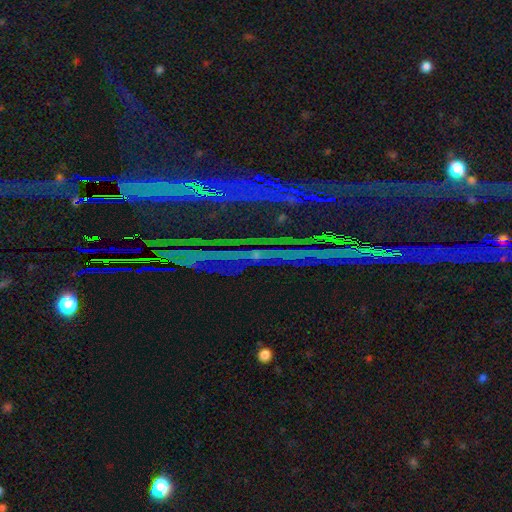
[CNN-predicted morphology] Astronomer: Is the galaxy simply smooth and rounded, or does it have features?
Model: star or artifact — 87%.